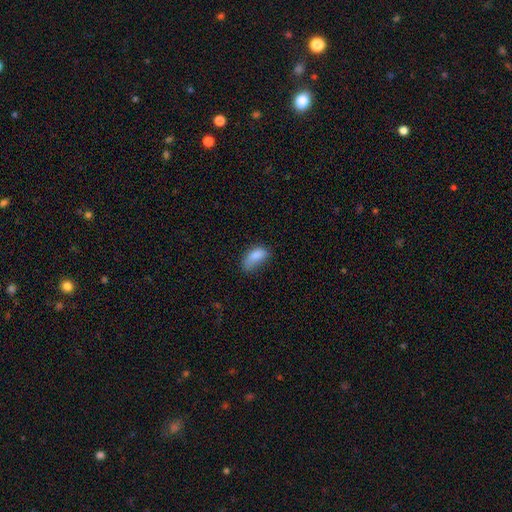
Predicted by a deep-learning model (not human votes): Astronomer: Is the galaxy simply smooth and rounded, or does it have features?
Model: smooth — 82%.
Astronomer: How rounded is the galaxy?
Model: in between — 90%.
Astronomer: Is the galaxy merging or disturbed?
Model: none — 41% (runner-up: minor disturbance, 39%).